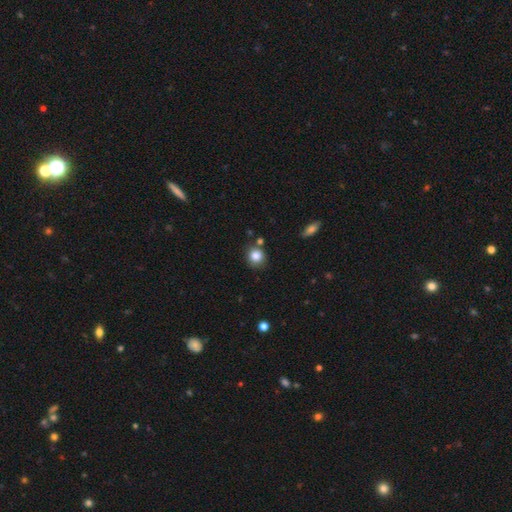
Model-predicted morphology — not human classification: This is clearly a smooth galaxy (84%). How rounded: clearly round (87%). Merging: likely none (79%).